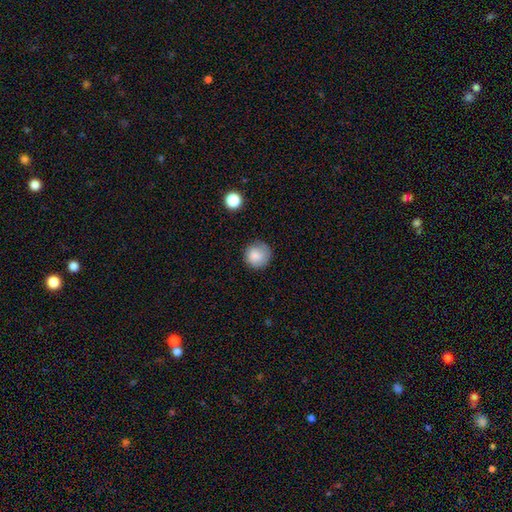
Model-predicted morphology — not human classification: type=smooth (84%); roundness=round (93%); merging=none (82%).